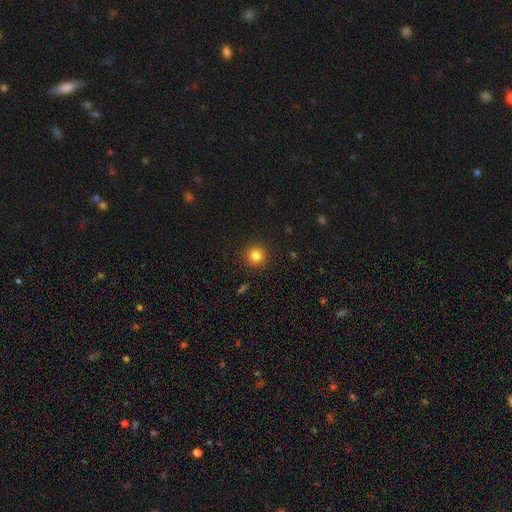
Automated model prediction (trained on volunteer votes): Smooth or featured: smooth — 83% (star or artifact — 12%)
How rounded: round — 94% (in between — 5%)
Merging: none — 91% (minor disturbance — 5%)